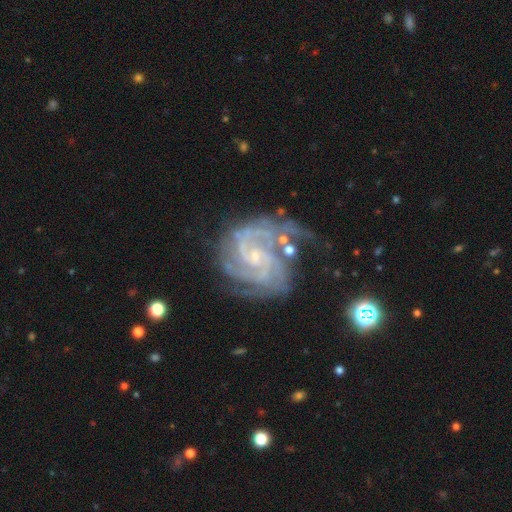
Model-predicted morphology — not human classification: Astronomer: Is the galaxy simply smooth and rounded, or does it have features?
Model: featured or disk — 90%.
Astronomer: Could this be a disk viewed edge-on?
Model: no — 98%.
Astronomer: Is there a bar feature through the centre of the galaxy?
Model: no — 56% (runner-up: weak, 35%).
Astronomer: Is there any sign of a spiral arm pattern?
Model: yes — 98%.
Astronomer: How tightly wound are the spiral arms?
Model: tight — 60%.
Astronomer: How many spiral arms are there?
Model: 3 — 29% (runner-up: 2, 24%).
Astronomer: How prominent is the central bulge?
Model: small — 77%.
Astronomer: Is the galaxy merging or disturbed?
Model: none — 55%.